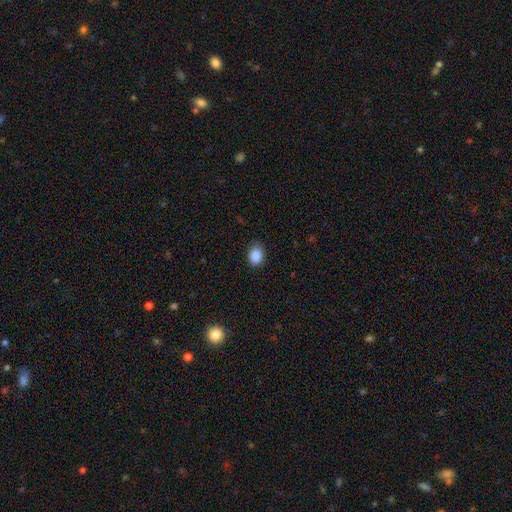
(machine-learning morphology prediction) Smooth or featured? Predicted: smooth (p=0.88). How rounded? Predicted: in between (p=0.71). Merging? Predicted: none (p=0.78).